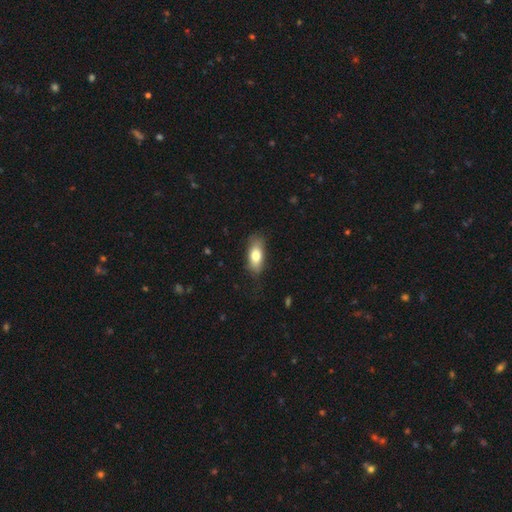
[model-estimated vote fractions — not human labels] A smooth galaxy with no disk features (77%) that is in between round and cigar-shaped (82%). Merging: none (73%).